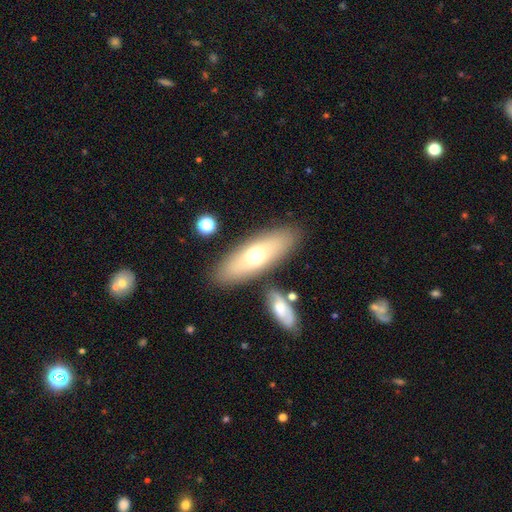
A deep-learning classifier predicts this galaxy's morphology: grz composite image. It shows a smooth galaxy with no disk features (62%) that is in between round and cigar-shaped (64%). Merging: none (81%).